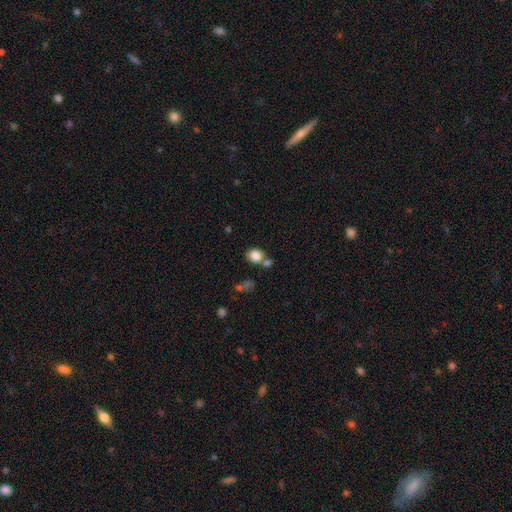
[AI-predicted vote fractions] Overall: smooth (83%). How rounded: round (69%; in between 30%). Merging: none (60%; merger 24%).